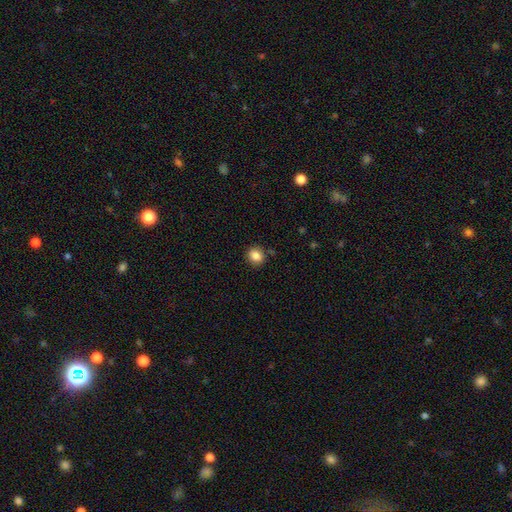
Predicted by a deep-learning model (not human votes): smooth-or-featured: smooth: 85% | star or artifact: 10% | featured or disk: 5%
  how-rounded: round: 73% | in between: 26% | cigar-shaped: 1%
  merging: none: 86% | minor disturbance: 9% | merger: 3% | major disturbance: 2%